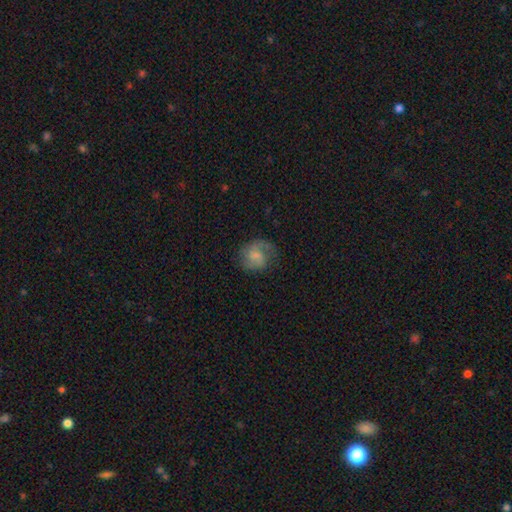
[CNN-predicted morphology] smooth-or-featured: featured or disk: 55% | smooth: 38% | star or artifact: 8%
  disk-edge-on: no: 98% | yes: 2%
    bar: no: 52% | weak: 41% | strong: 7%
    has-spiral-arms: yes: 89% | no: 11%
    bulge-size: small: 38% | none: 28% | moderate: 27% | large: 6% | dominant: 1%
  merging: none: 59% | minor disturbance: 22% | major disturbance: 17% | merger: 2%